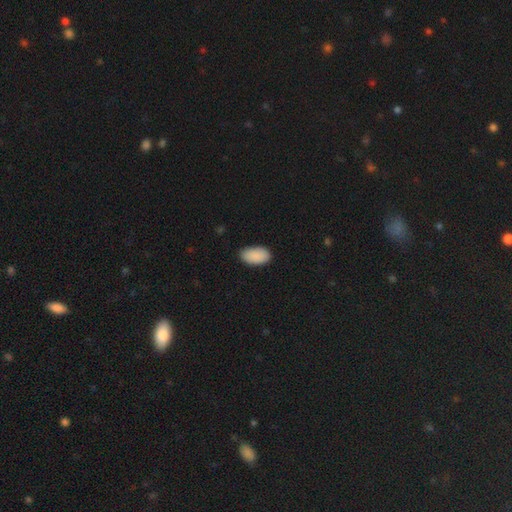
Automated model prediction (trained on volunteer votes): The model was most divided on "merging": none: 84%, minor disturbance: 13%, major disturbance: 2%, merger: 1%. More confident: how rounded — in between (95%); smooth or featured — smooth (90%).